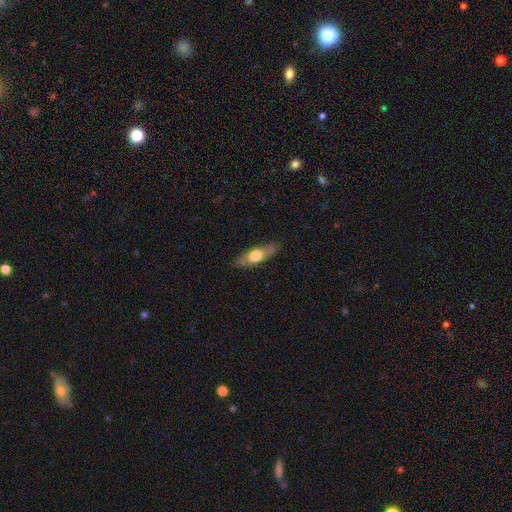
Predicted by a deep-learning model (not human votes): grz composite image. It shows a smooth galaxy with no disk features (56%) that is in between round and cigar-shaped (57%). Merging: none (82%).